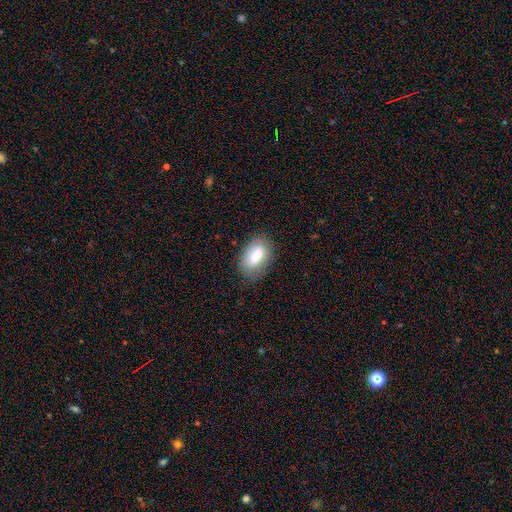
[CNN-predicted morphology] Overall: smooth (76%). How rounded: in between (88%). Merging: none (77%).